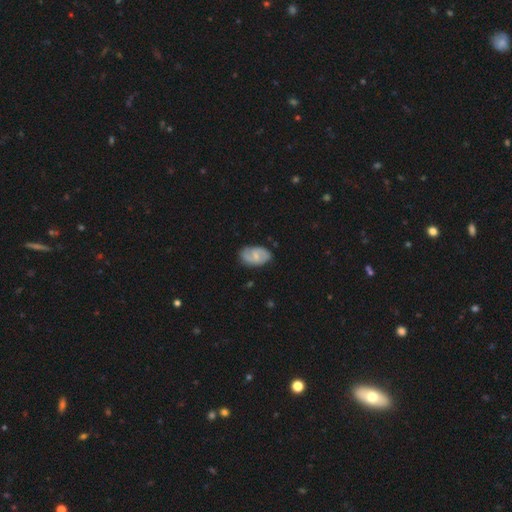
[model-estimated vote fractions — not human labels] Morphology: type=featured or disk (59%); edge-on=no (96%); bar=weak (55%); spiral arms=yes (83%); bulge=small (51%); merging=none (76%).